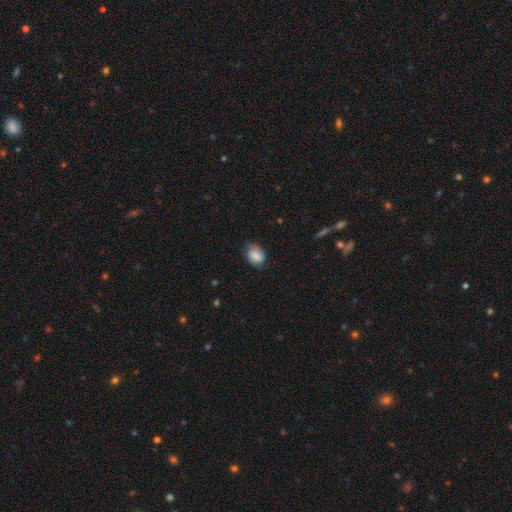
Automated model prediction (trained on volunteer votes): Overall: smooth (76%). How rounded: in between (68%; round 31%). Merging: none (64%; minor disturbance 28%).